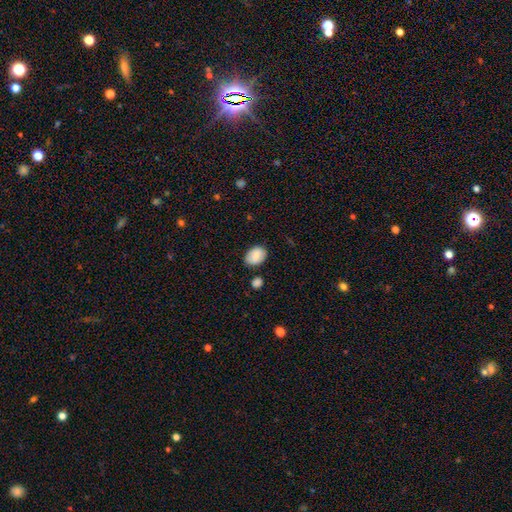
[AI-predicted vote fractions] Smooth or featured: smooth — 80% (featured or disk — 13%)
How rounded: in between — 75% (round — 24%)
Merging: none — 79% (minor disturbance — 15%)